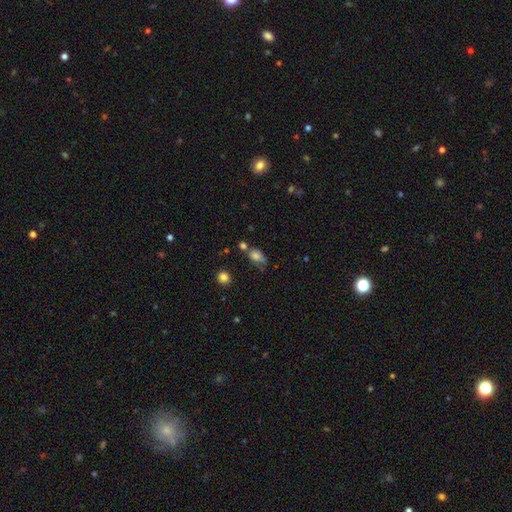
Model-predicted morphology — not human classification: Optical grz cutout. It shows a smooth galaxy with no disk features (72%) that is in between round and cigar-shaped (78%). Merging: none (44%).